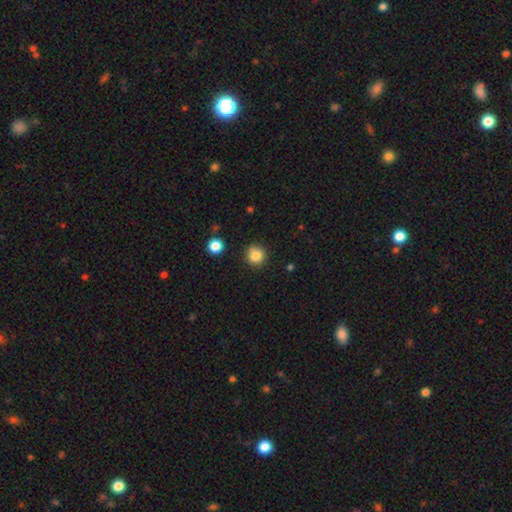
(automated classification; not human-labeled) Q: Smooth or featured?
A: smooth (83%); runner-up: star or artifact (12%)
Q: How rounded?
A: round (92%); runner-up: in between (7%)
Q: Merging?
A: none (83%); runner-up: minor disturbance (10%)